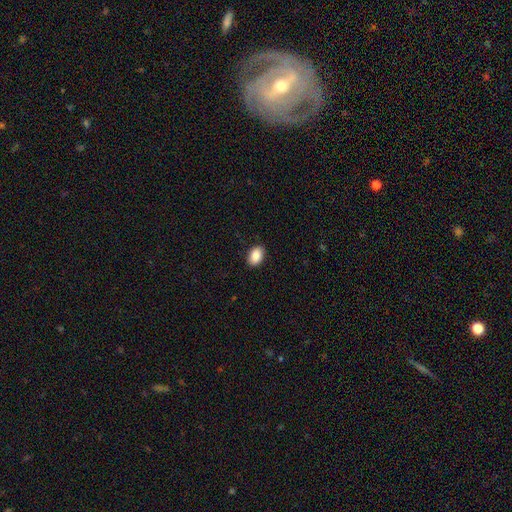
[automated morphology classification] Smooth or featured?
  - smooth: 88% *
  - star or artifact: 7%
  - featured or disk: 5%
How rounded?
  - in between: 85% *
  - round: 14%
  - cigar-shaped: 1%
Merging?
  - none: 89% *
  - minor disturbance: 8%
  - major disturbance: 2%
  - merger: 1%